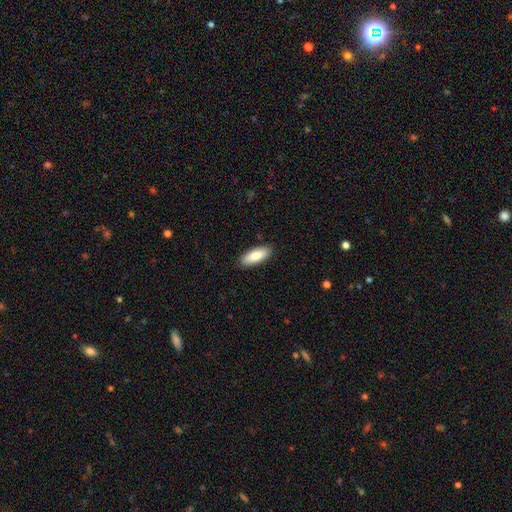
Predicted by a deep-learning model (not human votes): A smooth galaxy with no disk features (85%) that is in between round and cigar-shaped (77%).

Vote fractions:
- Smooth or featured? smooth: 85% / featured or disk: 9% / star or artifact: 6%
- How rounded? in between: 77% / cigar-shaped: 21% / round: 2%
- Merging? none: 89% / minor disturbance: 9% / major disturbance: 2% / merger: 1%